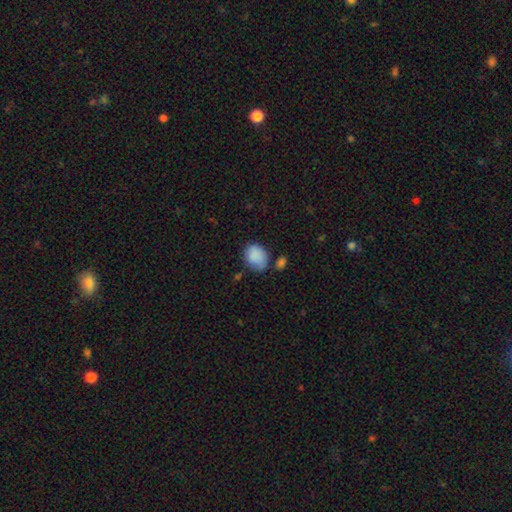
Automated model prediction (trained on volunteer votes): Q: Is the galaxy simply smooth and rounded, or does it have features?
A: smooth — 86%.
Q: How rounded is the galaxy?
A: in between — 59%.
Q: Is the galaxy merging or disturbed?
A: none — 54%.